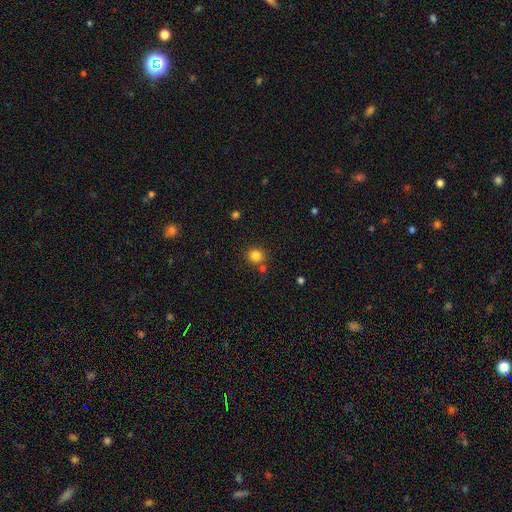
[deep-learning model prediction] Morphology: type=smooth (82%); roundness=round (89%); merging=none (79%).